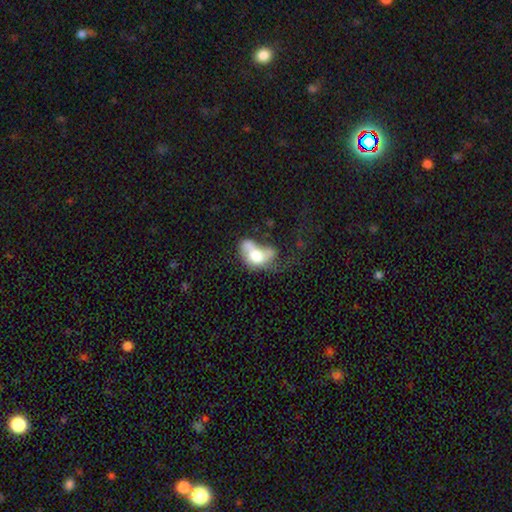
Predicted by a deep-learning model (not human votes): A smooth galaxy with no disk features (57%) that is in between round and cigar-shaped (82%). Merging: major disturbance (40%).